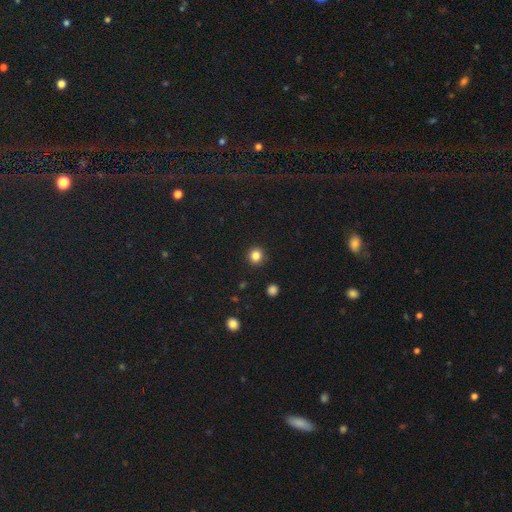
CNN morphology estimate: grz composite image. It shows a smooth galaxy with no disk features (84%) that is round (91%). Merging: none (92%).